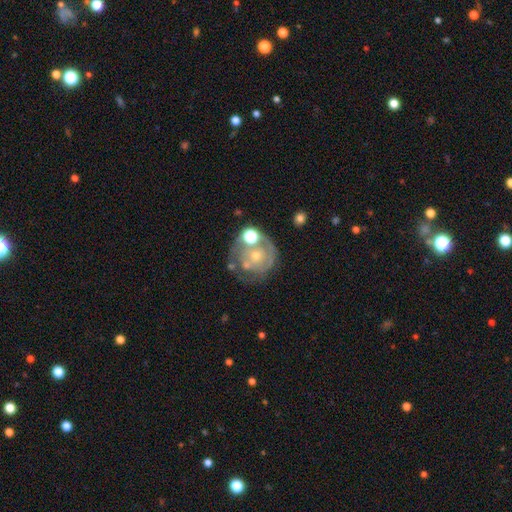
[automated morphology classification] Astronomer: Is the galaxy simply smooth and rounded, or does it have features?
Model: featured or disk — 68%.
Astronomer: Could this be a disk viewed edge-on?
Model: no — 98%.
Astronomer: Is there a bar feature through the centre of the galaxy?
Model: no — 84%.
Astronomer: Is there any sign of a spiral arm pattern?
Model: yes — 54% (runner-up: no, 46%).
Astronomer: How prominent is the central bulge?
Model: small — 54% (runner-up: moderate, 37%).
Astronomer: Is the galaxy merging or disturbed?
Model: none — 50%.